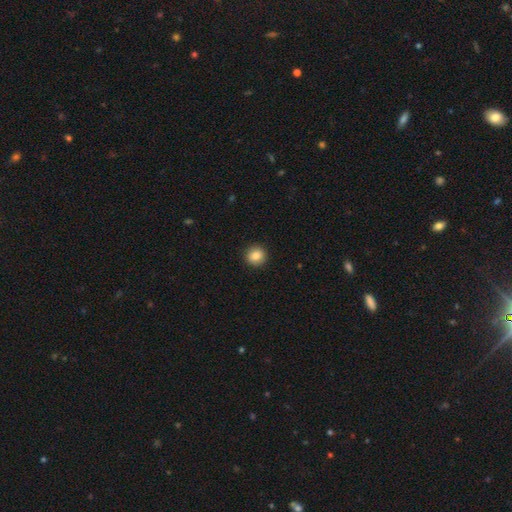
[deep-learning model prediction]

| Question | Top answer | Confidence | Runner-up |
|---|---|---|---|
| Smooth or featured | smooth | 85% | star or artifact (9%) |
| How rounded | round | 92% | in between (7%) |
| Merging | none | 93% | minor disturbance (5%) |